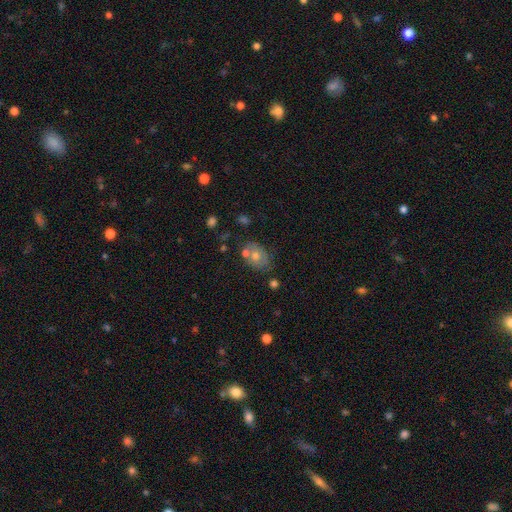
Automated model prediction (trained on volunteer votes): smooth_or_featured: smooth (p=0.50) [alt: featured or disk p=0.37]
merging: none (p=0.58) [alt: minor disturbance p=0.18]